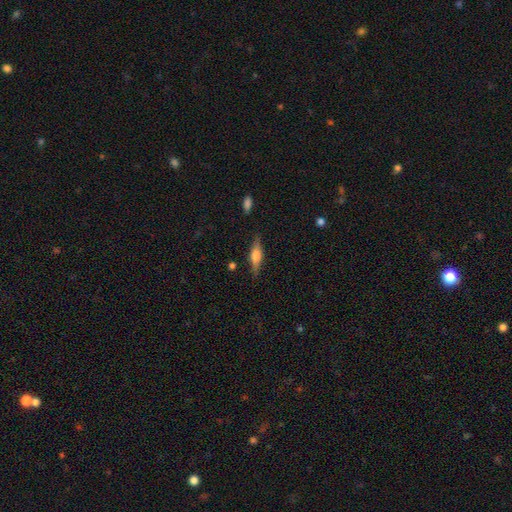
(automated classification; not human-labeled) A featured or disk galaxy (55%) viewed edge-on (94%) with a rounded central bulge (80%). Merging: none (83%).